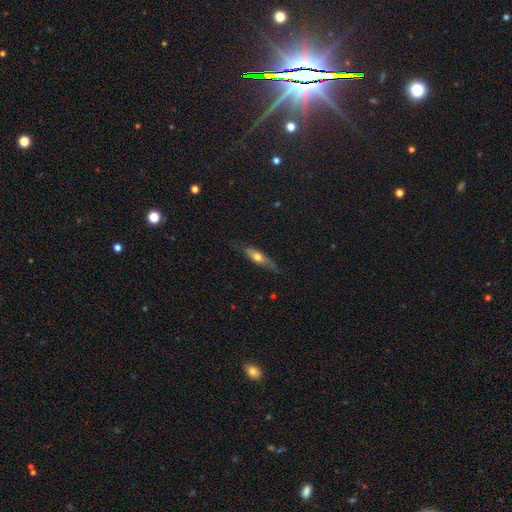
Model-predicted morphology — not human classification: type=featured or disk (52%); edge-on=yes (81%); merging=none (76%).